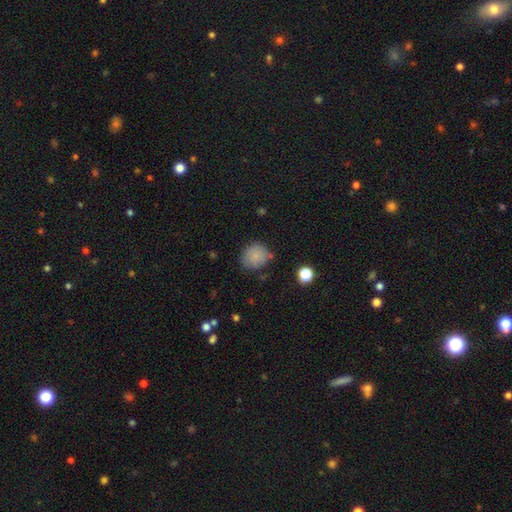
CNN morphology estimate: smooth-or-featured: smooth: 84% | star or artifact: 10% | featured or disk: 7%
  how-rounded: round: 82% | in between: 17% | cigar-shaped: 1%
  merging: none: 73% | minor disturbance: 18% | major disturbance: 5% | merger: 4%